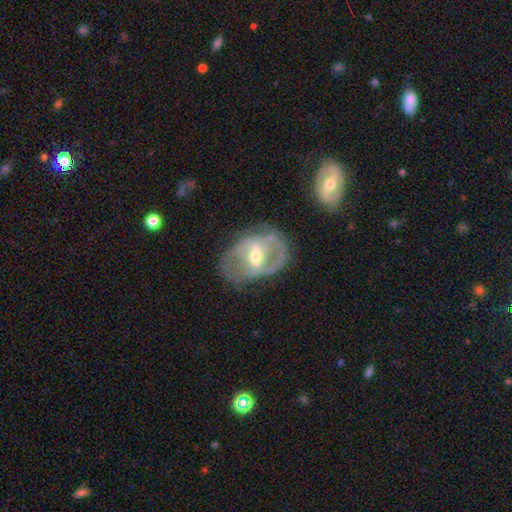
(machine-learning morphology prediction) featured or disk 77%, smooth 17%, star or artifact 6%. Down the decision tree: edge-on disk — no (95%); bar — weak (43%); spiral arms — yes (68%); bulge size — moderate (63%); merging — none (58%).